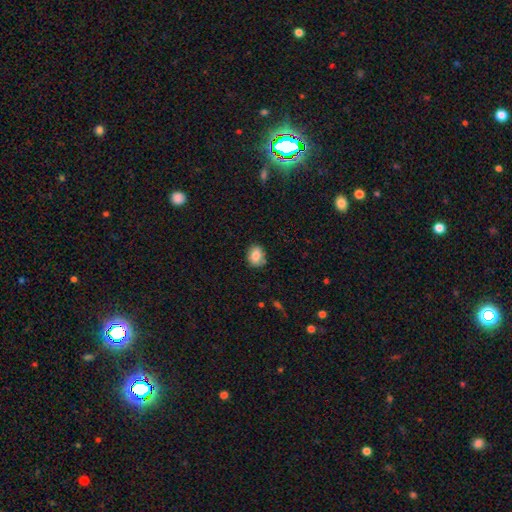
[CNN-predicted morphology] Smooth or featured?
  - smooth: 83% *
  - featured or disk: 9%
  - star or artifact: 8%
How rounded?
  - in between: 60% *
  - round: 39%
  - cigar-shaped: 1%
Merging?
  - none: 77% *
  - minor disturbance: 17%
  - major disturbance: 3%
  - merger: 2%